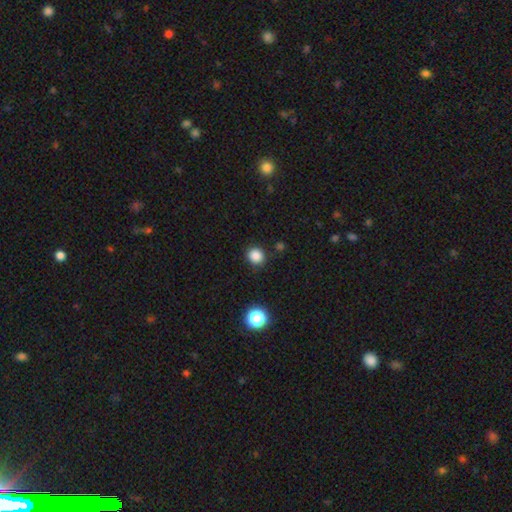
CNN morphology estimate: Overall: smooth (85%). How rounded: round (87%). Merging: none (88%).